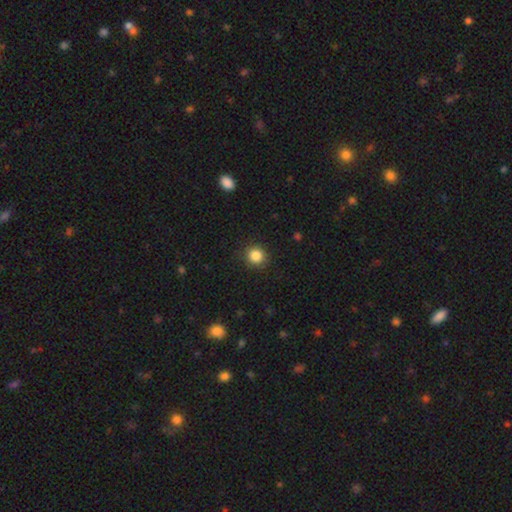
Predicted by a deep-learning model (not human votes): Smooth or featured: smooth — 85% (star or artifact — 11%)
How rounded: round — 90% (in between — 9%)
Merging: none — 90% (minor disturbance — 7%)